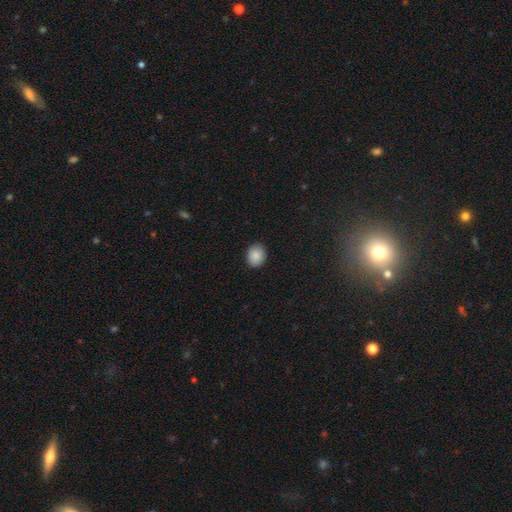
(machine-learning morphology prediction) A smooth galaxy with no disk features (88%) that is round (50%).

Vote fractions:
- Smooth or featured? smooth: 88% / star or artifact: 8% / featured or disk: 4%
- How rounded? round: 50% / in between: 49% / cigar-shaped: 1%
- Merging? none: 89% / minor disturbance: 8% / major disturbance: 2% / merger: 1%